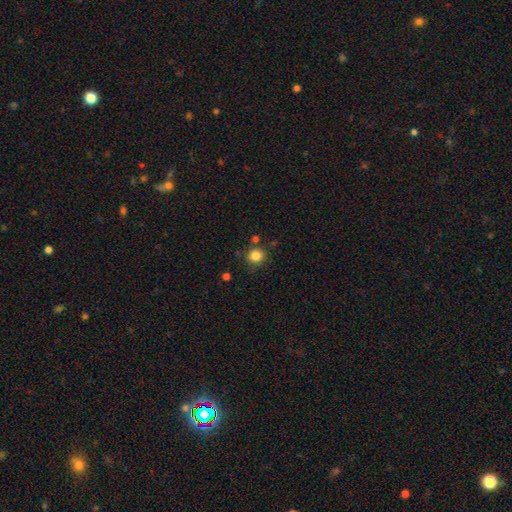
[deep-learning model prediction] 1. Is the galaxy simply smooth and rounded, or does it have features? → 84% smooth, 11% star or artifact, 5% featured or disk.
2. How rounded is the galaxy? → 88% round, 11% in between, 1% cigar-shaped.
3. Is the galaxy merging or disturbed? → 82% none, 10% minor disturbance, 6% merger, 3% major disturbance.